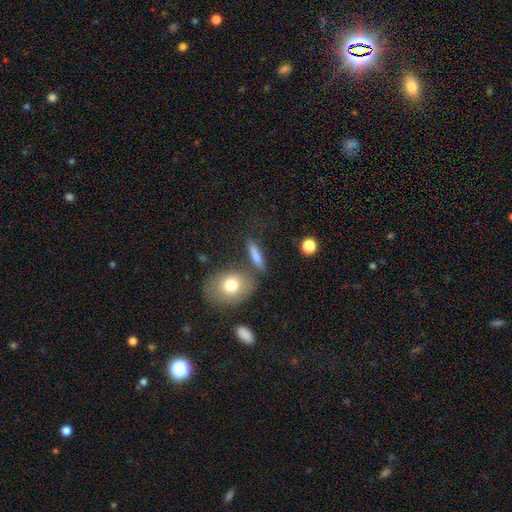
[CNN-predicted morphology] smooth_or_featured: smooth (p=0.76) [alt: featured or disk p=0.16]
how_rounded: cigar-shaped (p=0.56) [alt: in between p=0.33]
merging: none (p=0.70) [alt: minor disturbance p=0.13]